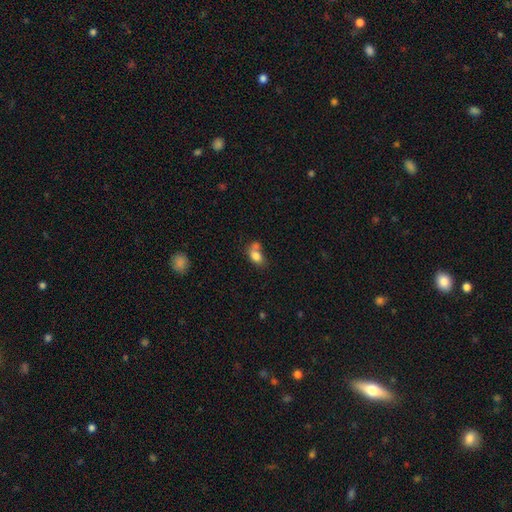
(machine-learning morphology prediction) A smooth galaxy with no disk features (79%) that is in between round and cigar-shaped (77%).

Vote fractions:
- Smooth or featured? smooth: 79% / featured or disk: 12% / star or artifact: 9%
- How rounded? in between: 77% / round: 21% / cigar-shaped: 2%
- Merging? merger: 44% / none: 33% / minor disturbance: 15% / major disturbance: 8%